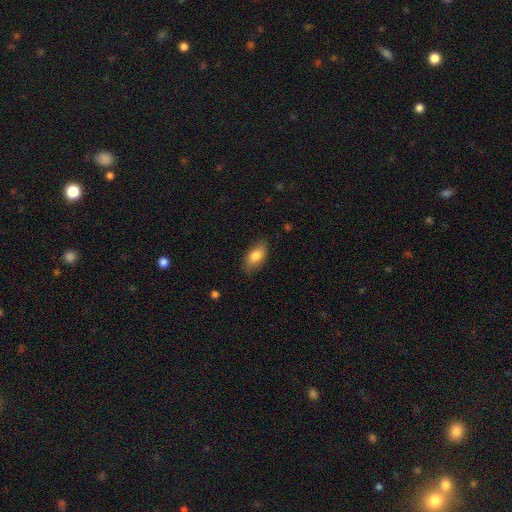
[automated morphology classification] Smooth or featured? smooth (81%)
How rounded? in between (91%)
Merging? none (81%)